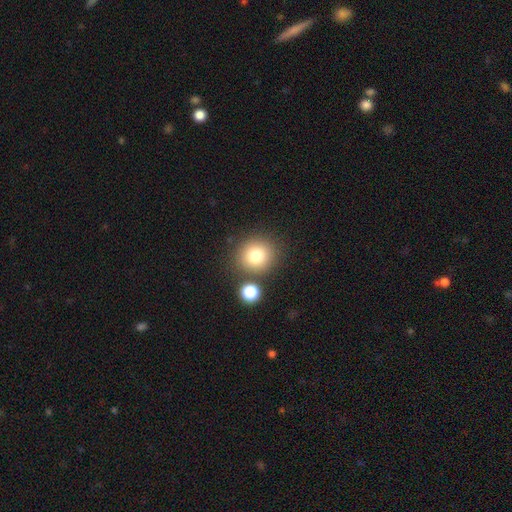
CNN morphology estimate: Smooth or featured? smooth (78%)
How rounded? round (87%)
Merging? none (78%)